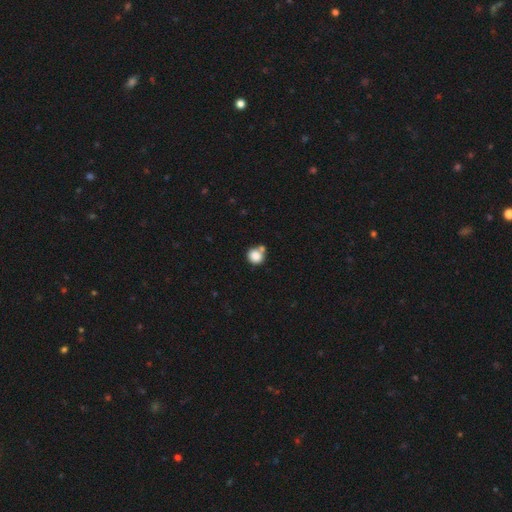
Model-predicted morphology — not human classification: smooth_or_featured: smooth (p=0.85) [alt: star or artifact p=0.10]
how_rounded: round (p=0.87) [alt: in between p=0.12]
merging: none (p=0.60) [alt: merger p=0.25]